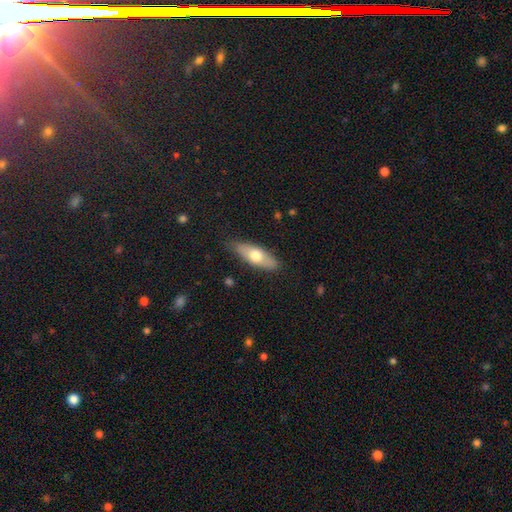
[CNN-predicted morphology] Smooth or featured? smooth (61%)
How rounded? in between (60%)
Merging? none (83%)